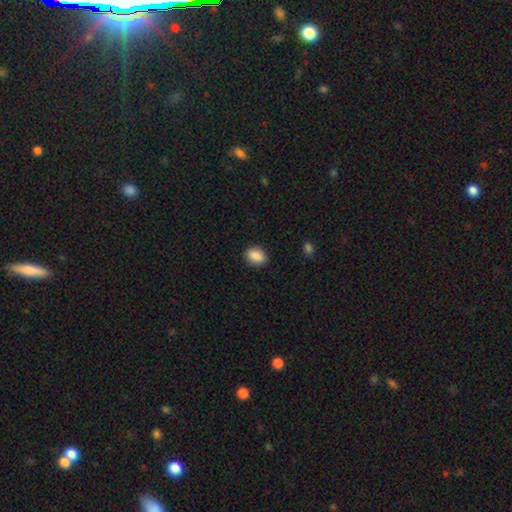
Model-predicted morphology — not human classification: Smooth or featured? smooth (88%)
How rounded? in between (71%)
Merging? none (89%)